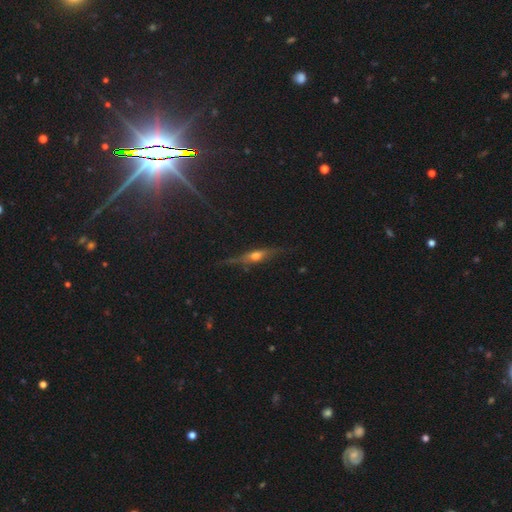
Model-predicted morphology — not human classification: smooth_or_featured: featured or disk (p=0.61) [alt: smooth p=0.27]
disk_edge_on: yes (p=0.91) [alt: no p=0.09]
edge_on_bulge: rounded (p=0.87) [alt: boxy p=0.08]
merging: none (p=0.77) [alt: minor disturbance p=0.16]